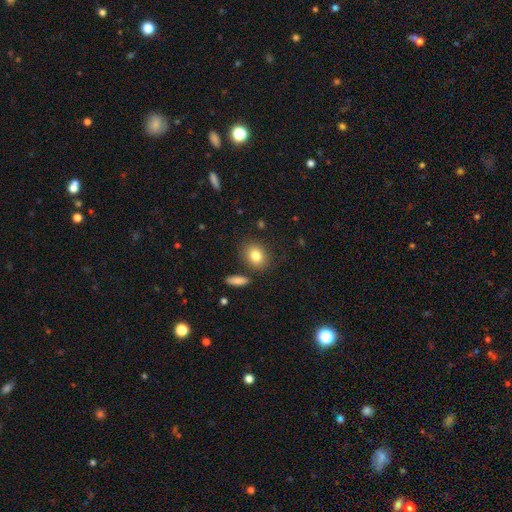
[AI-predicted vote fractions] Smooth or featured: smooth — 81% (featured or disk — 10%)
How rounded: in between — 50% (round — 48%)
Merging: none — 81% (minor disturbance — 11%)